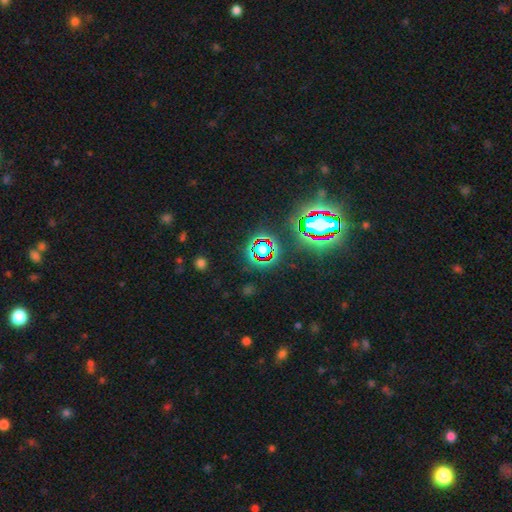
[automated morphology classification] type=star or artifact (79%).